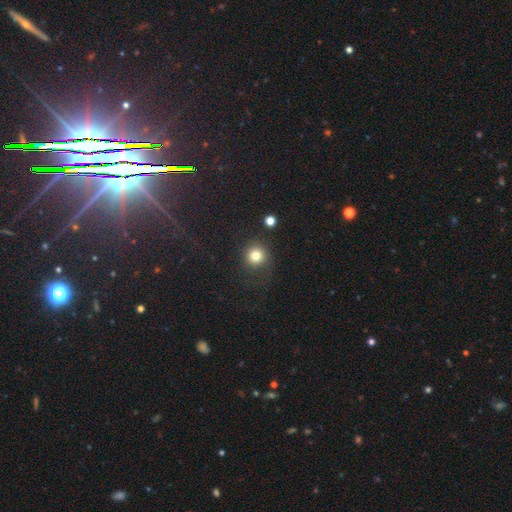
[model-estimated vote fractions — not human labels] Smooth or featured? Predicted: smooth (p=0.80). How rounded? Predicted: round (p=0.91). Merging? Predicted: none (p=0.79).